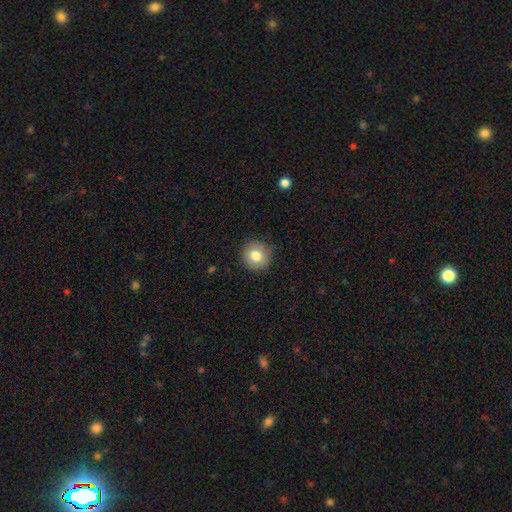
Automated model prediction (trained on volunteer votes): This appears to be a smooth galaxy with no disk features (80%) that is round (92%). Merging: none (87%).